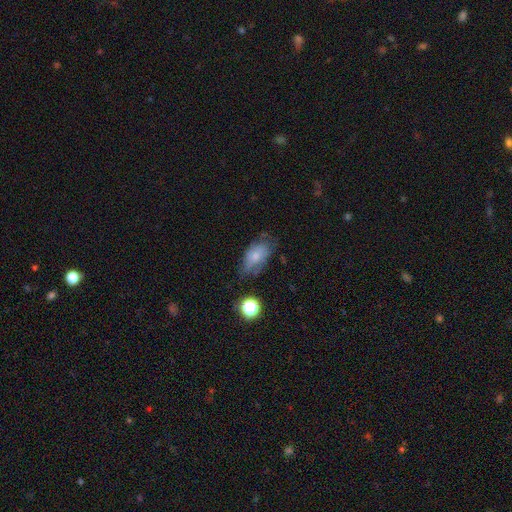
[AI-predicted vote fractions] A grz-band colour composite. It shows a smooth galaxy with no disk features (65%) that is in between round and cigar-shaped (89%). Merging: none (48%).